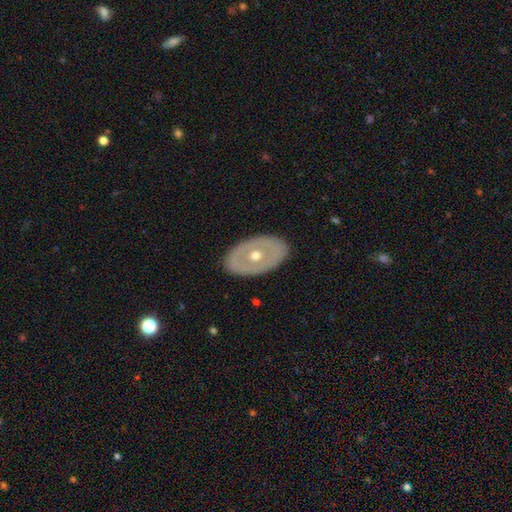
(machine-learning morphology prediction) Smooth or featured: featured or disk — 59% (smooth — 35%)
Edge-on disk: no — 87% (yes — 13%)
Bar: no — 92% (weak — 5%)
Spiral arms: no — 93% (yes — 7%)
Bulge size: moderate — 70% (small — 26%)
Merging: none — 86% (minor disturbance — 10%)